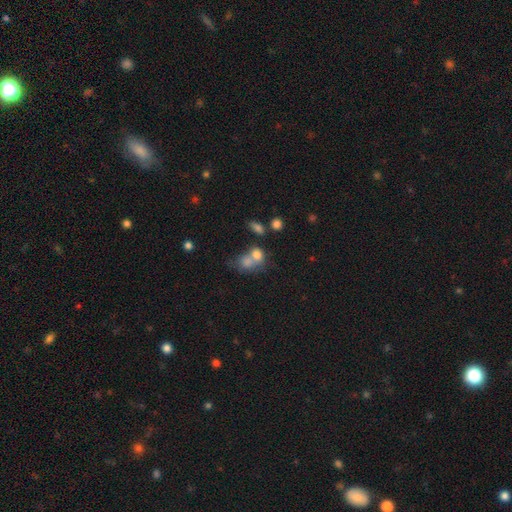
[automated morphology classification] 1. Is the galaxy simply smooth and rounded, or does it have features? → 74% smooth, 14% featured or disk, 12% star or artifact.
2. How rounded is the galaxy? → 53% in between, 46% round, 2% cigar-shaped.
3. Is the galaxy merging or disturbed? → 57% merger, 27% none, 9% minor disturbance, 7% major disturbance.